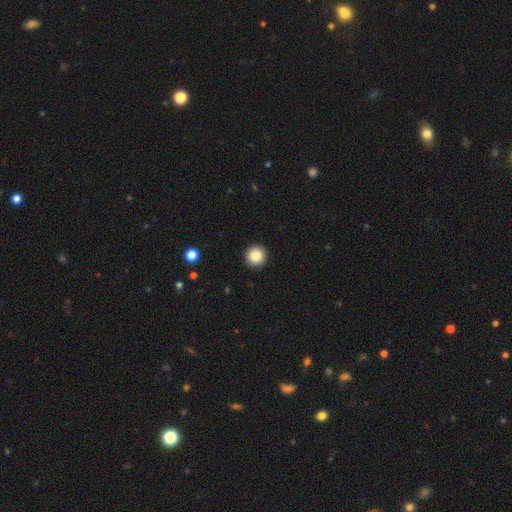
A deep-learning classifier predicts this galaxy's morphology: Smooth or featured? smooth (86%)
How rounded? round (96%)
Merging? none (93%)